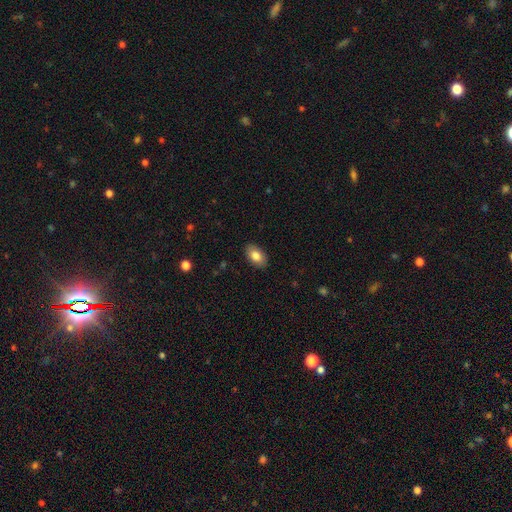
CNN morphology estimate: Q: Smooth or featured?
A: smooth (83%); runner-up: featured or disk (10%)
Q: How rounded?
A: in between (92%); runner-up: round (6%)
Q: Merging?
A: none (88%); runner-up: minor disturbance (9%)